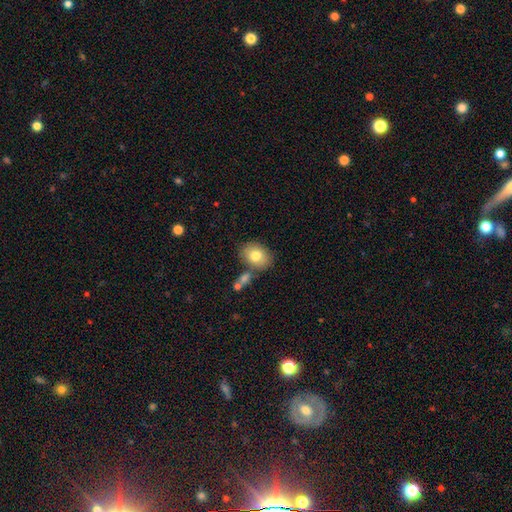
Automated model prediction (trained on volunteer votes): This appears to be a smooth galaxy with no disk features (78%) that is in between round and cigar-shaped (64%). Merging: none (70%).